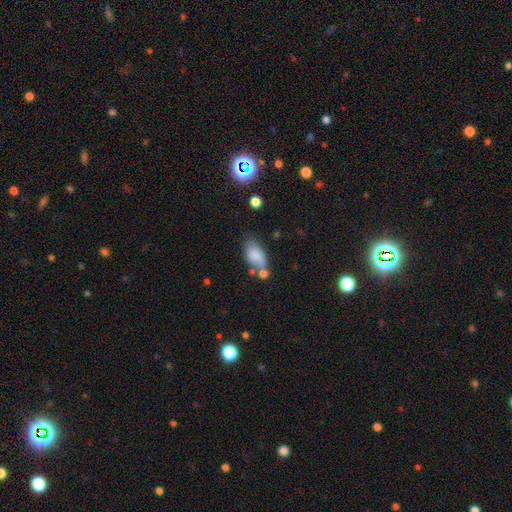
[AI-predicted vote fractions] Smooth or featured? Predicted: smooth (p=0.81). How rounded? Predicted: in between (p=0.92). Merging? Predicted: none (p=0.50).